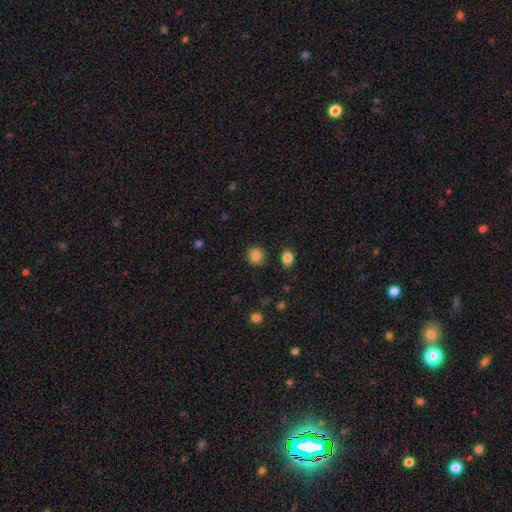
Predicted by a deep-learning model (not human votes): This is clearly a smooth galaxy (86%). How rounded: clearly round (83%). Merging: clearly none (89%).